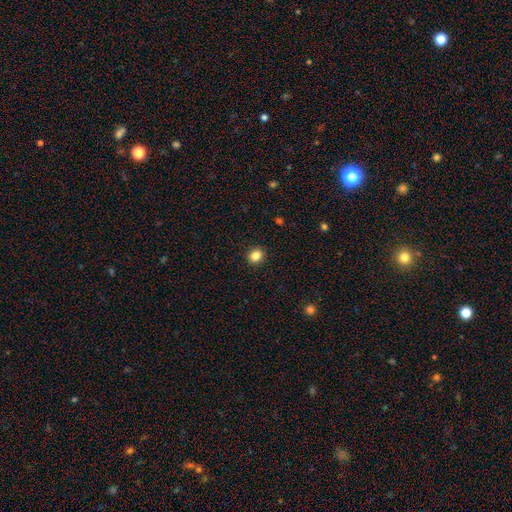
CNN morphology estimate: This appears to be a smooth galaxy with no disk features (84%) that is round (75%). Merging: none (92%).